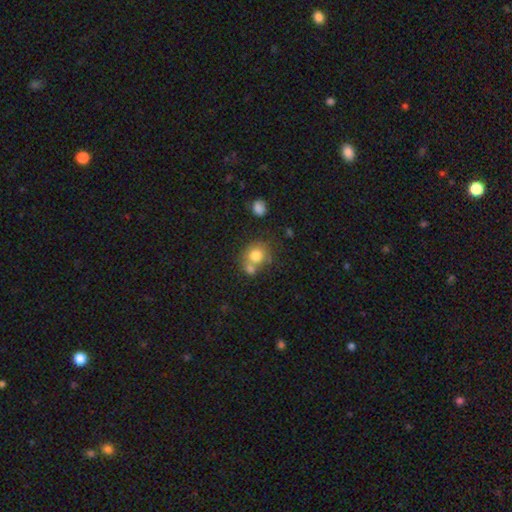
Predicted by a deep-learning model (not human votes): Overall: smooth (76%). How rounded: round (79%). Merging: none (47%; merger 38%).